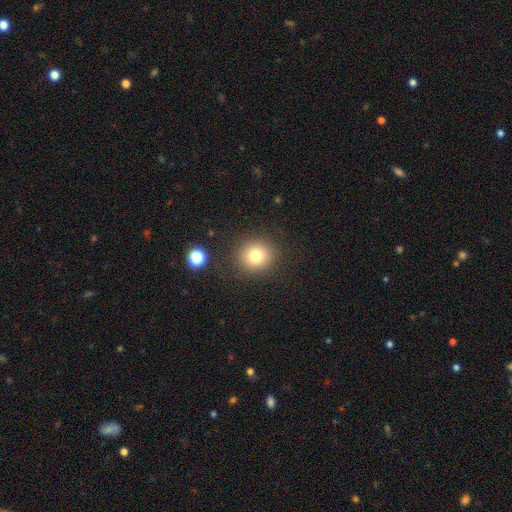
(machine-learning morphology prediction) Overall: smooth (77%). How rounded: round (90%). Merging: none (88%).